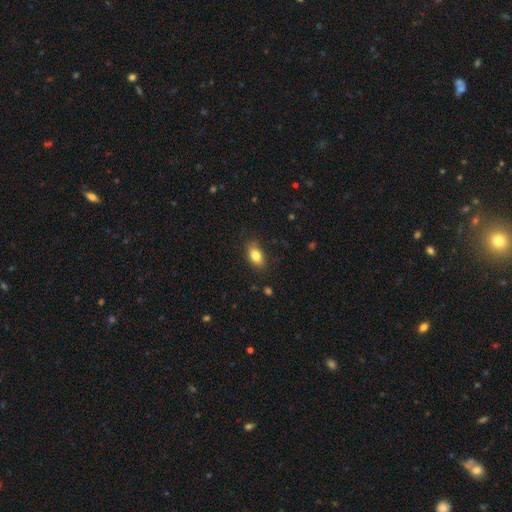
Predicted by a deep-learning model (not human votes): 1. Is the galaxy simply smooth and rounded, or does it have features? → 81% smooth, 11% featured or disk, 8% star or artifact.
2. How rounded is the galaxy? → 87% in between, 10% round, 3% cigar-shaped.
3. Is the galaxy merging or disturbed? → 82% none, 14% minor disturbance, 3% major disturbance, 1% merger.